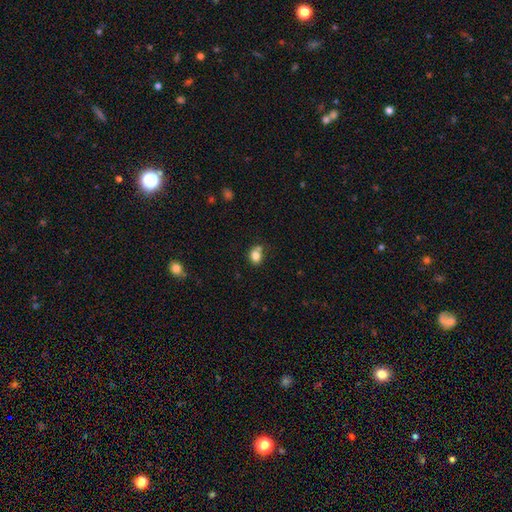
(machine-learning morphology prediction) Smooth or featured? smooth (81%)
How rounded? round (50%)
Merging? none (56%)